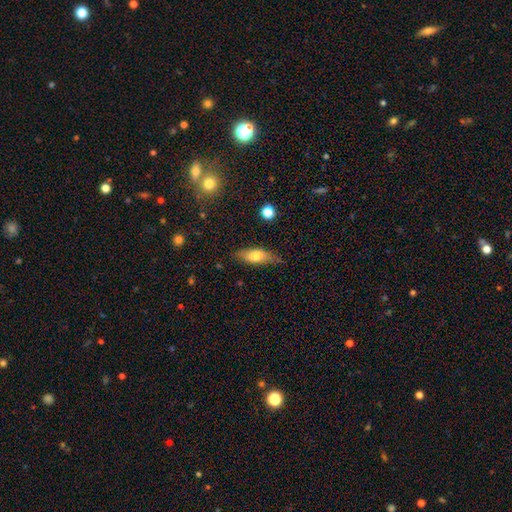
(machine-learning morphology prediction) Smooth or featured? Predicted: smooth (p=0.68). How rounded? Predicted: in between (p=0.69). Merging? Predicted: none (p=0.73).